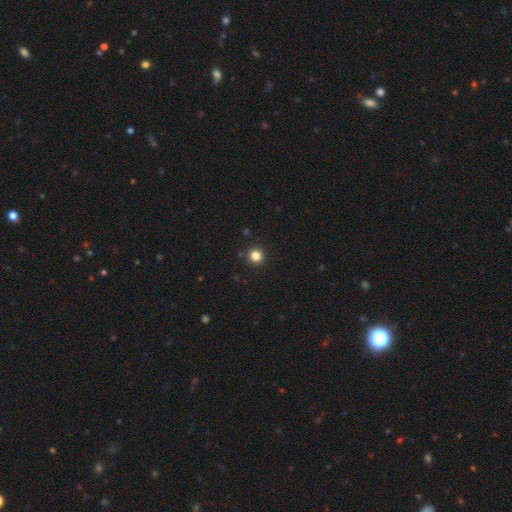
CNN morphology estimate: The model was most divided on "smooth or featured": smooth: 83%, star or artifact: 13%, featured or disk: 4%. More confident: how rounded — round (95%); merging — none (93%).